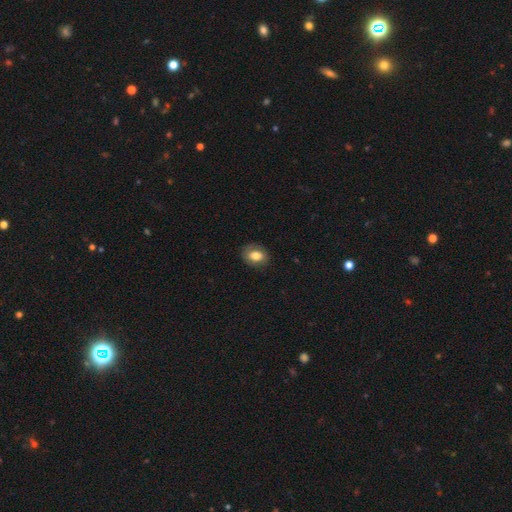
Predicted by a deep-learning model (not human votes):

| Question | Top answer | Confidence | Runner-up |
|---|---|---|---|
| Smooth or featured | smooth | 77% | featured or disk (15%) |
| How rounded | in between | 60% | round (39%) |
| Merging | none | 81% | minor disturbance (14%) |